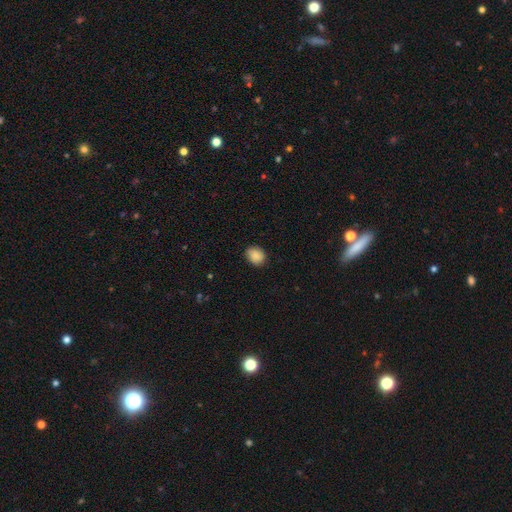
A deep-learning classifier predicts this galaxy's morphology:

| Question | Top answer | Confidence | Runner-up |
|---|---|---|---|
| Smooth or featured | smooth | 88% | star or artifact (8%) |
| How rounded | round | 55% | in between (44%) |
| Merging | none | 86% | minor disturbance (11%) |